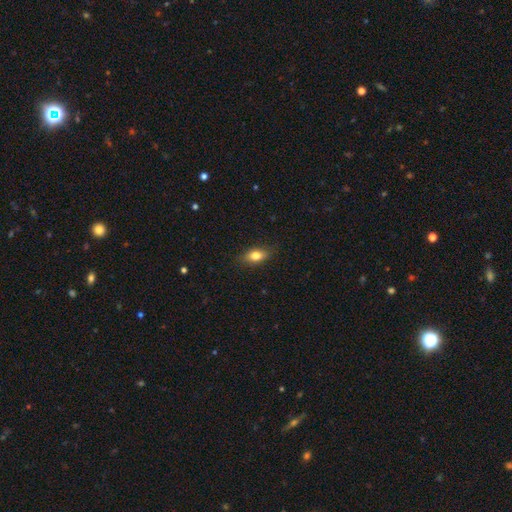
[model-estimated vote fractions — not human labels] Smooth or featured? smooth (77%)
How rounded? in between (80%)
Merging? none (85%)